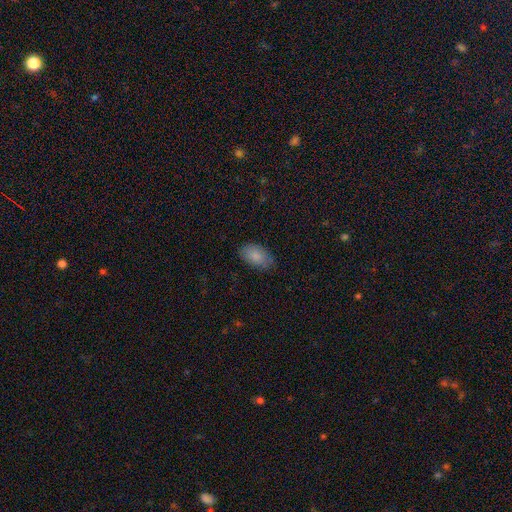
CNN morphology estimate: This appears to be a smooth galaxy with no disk features (86%) that is in between round and cigar-shaped (94%). Merging: none (78%).